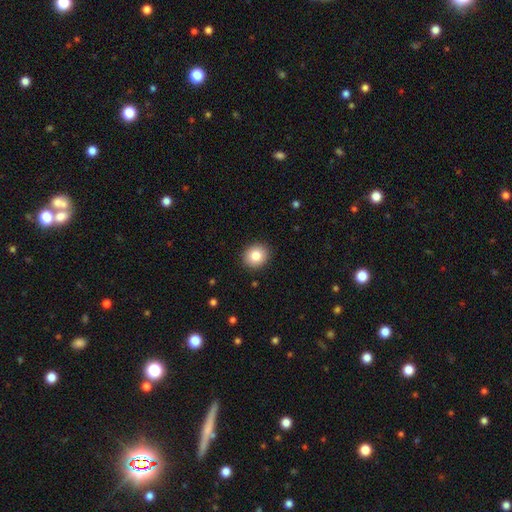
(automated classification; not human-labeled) The model was most divided on "how rounded": round: 76%, in between: 23%, cigar-shaped: 1%. More confident: merging — none (91%); smooth or featured — smooth (83%).